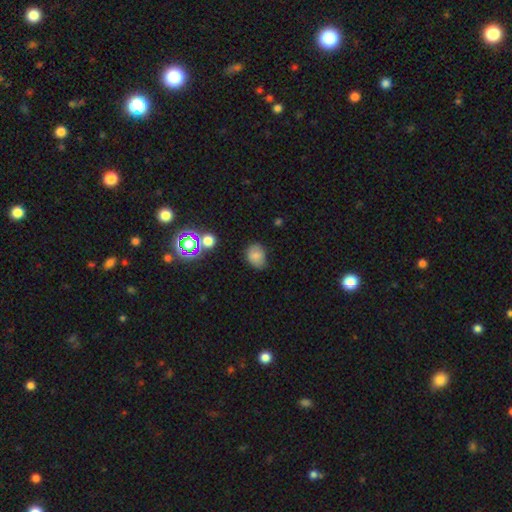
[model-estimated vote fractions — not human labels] The model was most divided on "how rounded": in between: 54%, round: 45%, cigar-shaped: 1%. More confident: smooth or featured — smooth (77%); merging — none (67%).